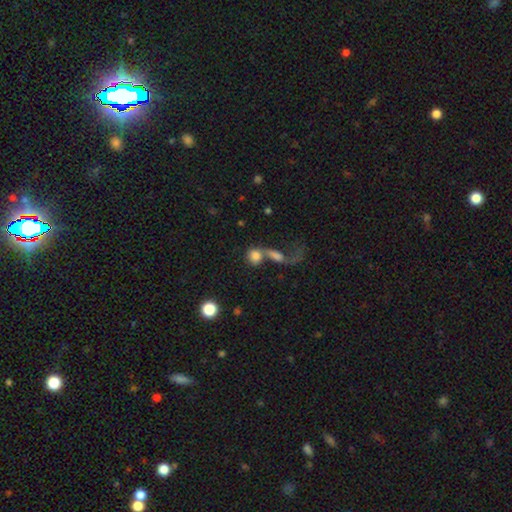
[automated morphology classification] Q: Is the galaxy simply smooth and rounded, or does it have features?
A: smooth — 74%.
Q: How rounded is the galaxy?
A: round — 73%.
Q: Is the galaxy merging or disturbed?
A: merger — 56%.